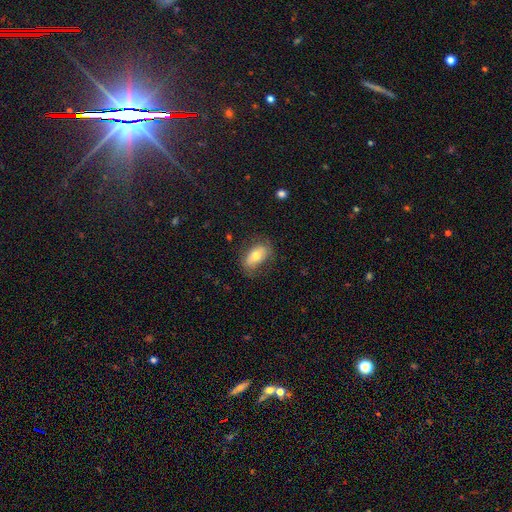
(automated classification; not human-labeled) This appears to be a smooth galaxy with no disk features (66%) that is in between round and cigar-shaped (89%). Merging: none (70%).